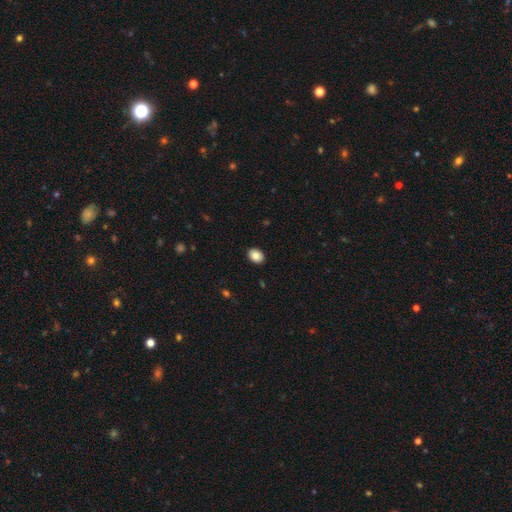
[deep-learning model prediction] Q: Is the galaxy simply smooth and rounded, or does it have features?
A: smooth — 85%.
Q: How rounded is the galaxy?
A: in between — 62%.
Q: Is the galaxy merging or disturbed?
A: none — 90%.